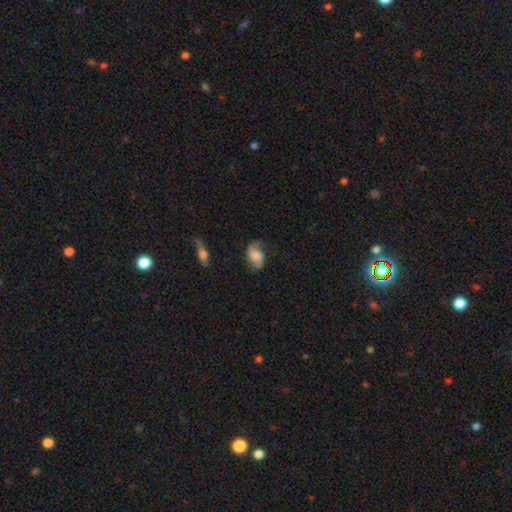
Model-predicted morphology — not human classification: Smooth or featured? featured or disk (58%)
Edge-on disk? no (96%)
Bar? no (58%)
Spiral arms? yes (91%)
Spiral winding? loose (55%)
Spiral arm count? 2 (86%)
Bulge size? none (28%)
Merging? none (63%)